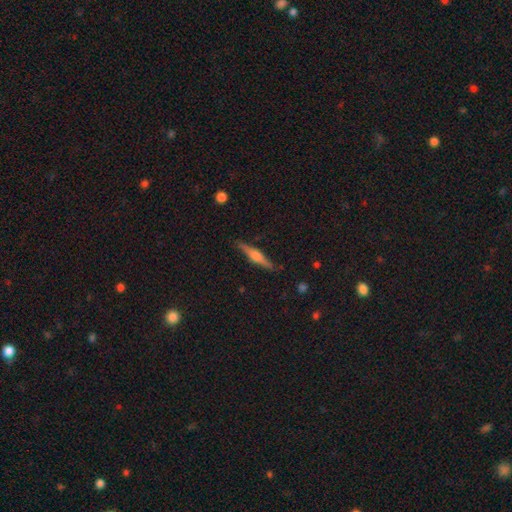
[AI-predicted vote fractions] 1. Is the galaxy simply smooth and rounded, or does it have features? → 73% featured or disk, 21% smooth, 6% star or artifact.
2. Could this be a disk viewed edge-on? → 98% yes, 2% no.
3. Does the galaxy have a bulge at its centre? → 83% rounded, 13% boxy, 5% none.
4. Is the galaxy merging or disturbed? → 89% none, 8% minor disturbance, 2% major disturbance, 1% merger.